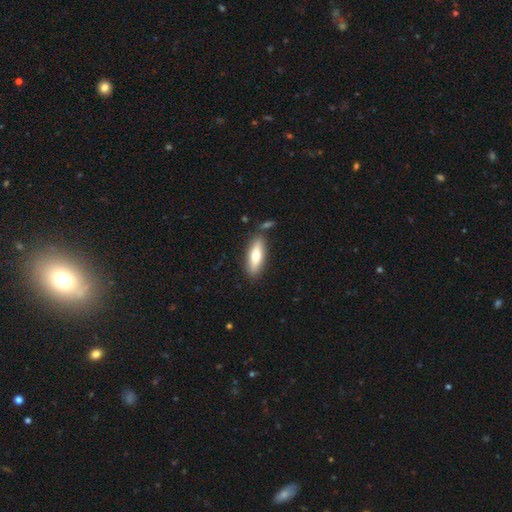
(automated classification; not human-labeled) This is likely a smooth galaxy (69%). How rounded: possibly in between (51%). Merging: clearly none (82%).